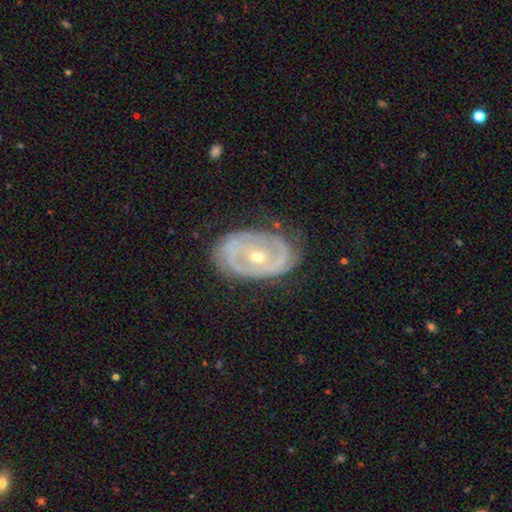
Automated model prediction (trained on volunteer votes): The model was most divided on "bulge size": moderate: 49%, small: 48%, large: 2%, dominant: 1%, none: 1%. More confident: edge-on disk — no (94%); smooth or featured — featured or disk (79%); merging — none (74%); bar — no (70%); spiral arms — yes (60%).